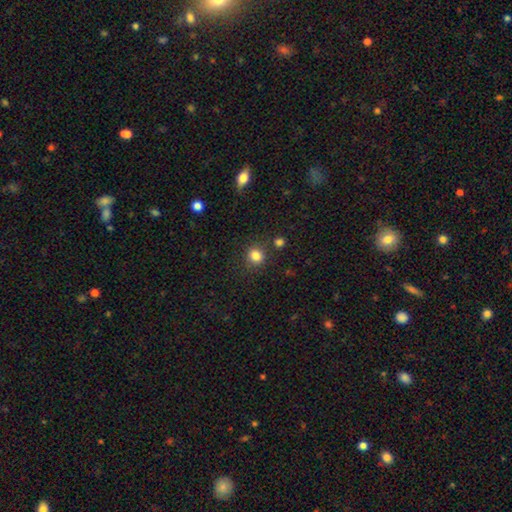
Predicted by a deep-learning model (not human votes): Smooth or featured? Predicted: smooth (p=0.83). How rounded? Predicted: round (p=0.78). Merging? Predicted: none (p=0.81).